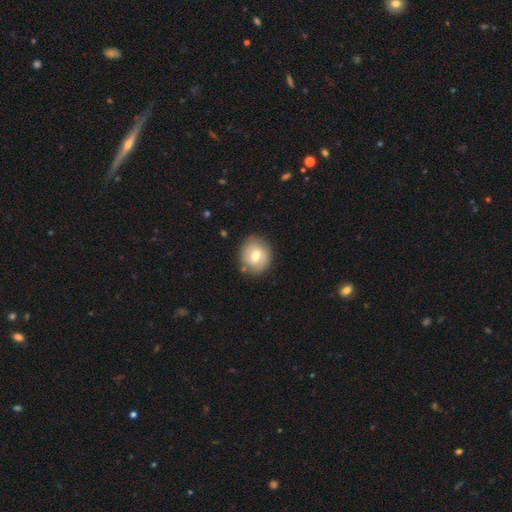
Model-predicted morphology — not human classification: type=smooth (66%); roundness=round (80%); merging=none (82%).